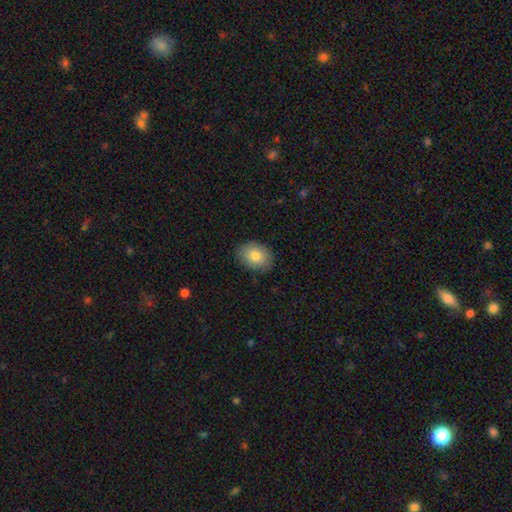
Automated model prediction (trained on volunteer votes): Smooth or featured? Predicted: smooth (p=0.81). How rounded? Predicted: in between (p=0.70). Merging? Predicted: none (p=0.85).